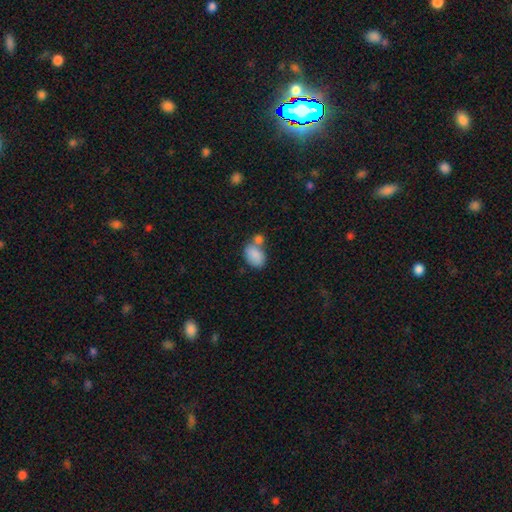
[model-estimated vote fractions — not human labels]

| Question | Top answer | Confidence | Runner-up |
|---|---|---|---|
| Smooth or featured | smooth | 84% | featured or disk (9%) |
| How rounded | in between | 86% | round (13%) |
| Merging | merger | 43% | none (37%) |